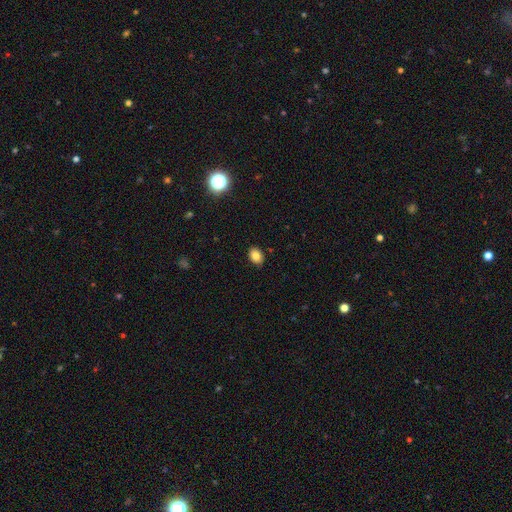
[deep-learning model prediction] This appears to be a smooth galaxy with no disk features (83%) that is in between round and cigar-shaped (71%). Merging: none (87%).